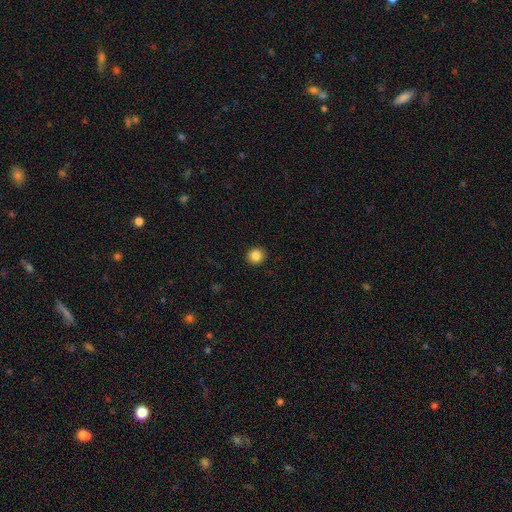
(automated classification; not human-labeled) The model was most divided on "smooth or featured": smooth: 86%, star or artifact: 10%, featured or disk: 5%. More confident: merging — none (93%); how rounded — round (88%).